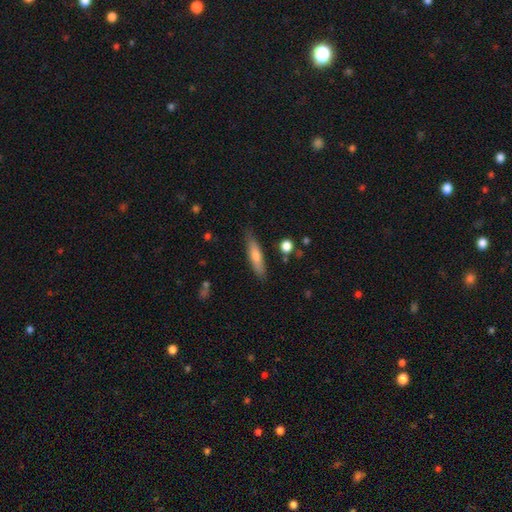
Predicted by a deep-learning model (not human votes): The model was most divided on "smooth or featured": smooth: 65%, featured or disk: 28%, star or artifact: 6%. More confident: merging — none (82%); how rounded — cigar-shaped (78%).